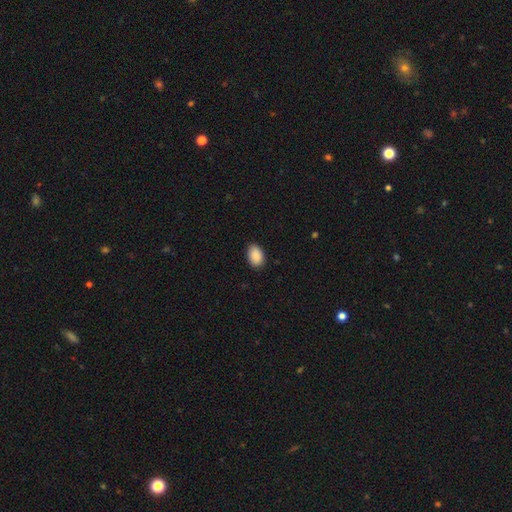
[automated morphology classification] This is clearly a smooth galaxy (90%). How rounded: clearly in between (88%). Merging: clearly none (86%).